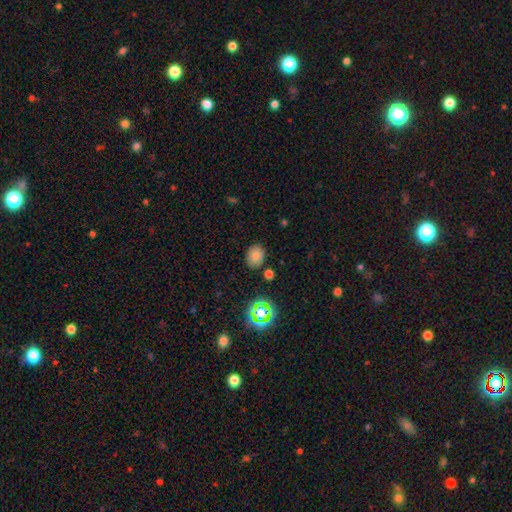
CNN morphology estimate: Smooth or featured: smooth — 77% (star or artifact — 16%)
How rounded: in between — 56% (round — 43%)
Merging: none — 82% (minor disturbance — 11%)